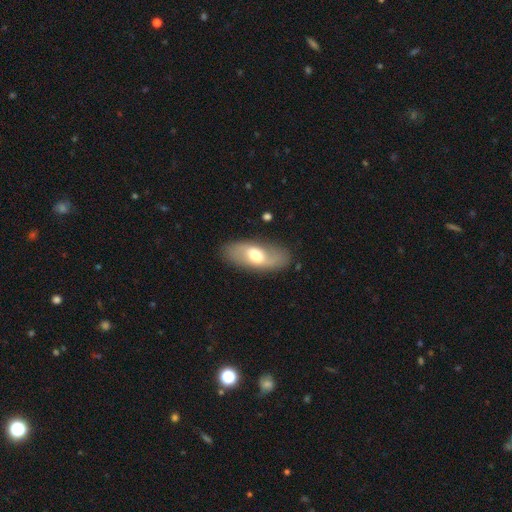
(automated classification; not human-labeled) smooth_or_featured: featured or disk (p=0.48) [alt: smooth p=0.46]
merging: none (p=0.79) [alt: minor disturbance p=0.14]